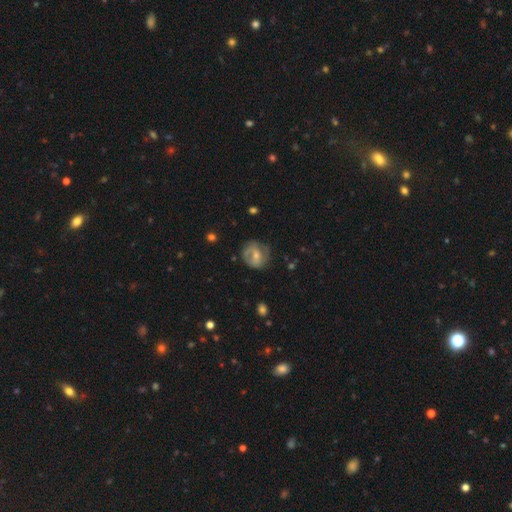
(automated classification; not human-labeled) The model was most divided on "bulge size": moderate: 47%, small: 46%, none: 4%, large: 3%, dominant: 1%. Remaining: edge-on disk — no (96%); spiral arms — yes (64%); merging — none (63%); smooth or featured — featured or disk (54%); bar — weak (44%).